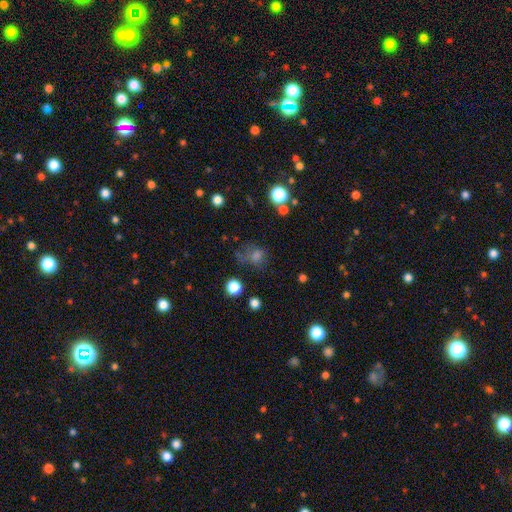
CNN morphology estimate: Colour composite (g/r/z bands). It shows a smooth galaxy with no disk features (60%) that is round (57%). Merging: none (49%).